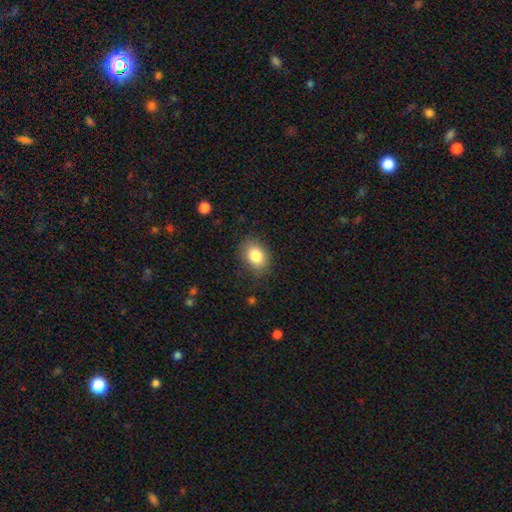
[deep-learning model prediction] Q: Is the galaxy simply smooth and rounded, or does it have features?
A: smooth — 83%.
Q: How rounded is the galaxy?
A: in between — 70%.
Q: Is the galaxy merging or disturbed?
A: none — 84%.